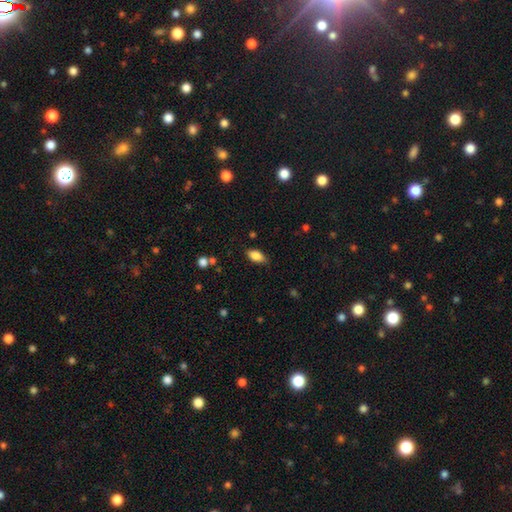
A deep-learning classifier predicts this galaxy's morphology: This is clearly a smooth galaxy (85%). How rounded: clearly in between (90%). Merging: clearly none (80%).